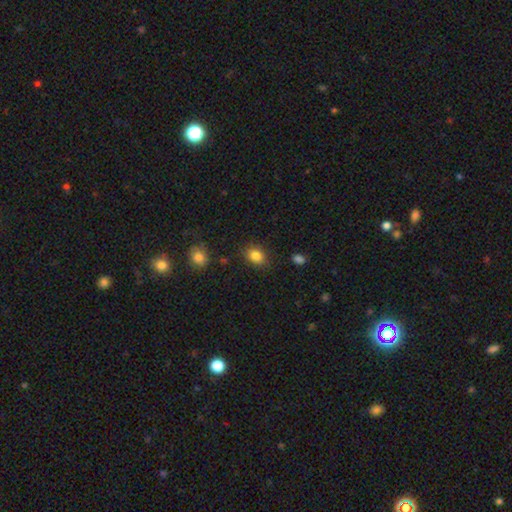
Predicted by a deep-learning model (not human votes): Smooth or featured? Predicted: smooth (p=0.84). How rounded? Predicted: in between (p=0.61). Merging? Predicted: none (p=0.82).